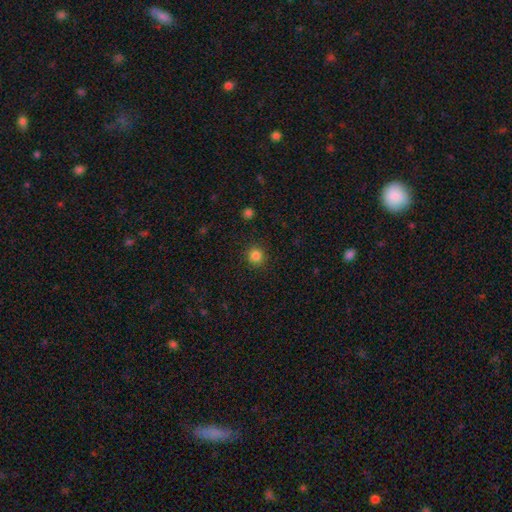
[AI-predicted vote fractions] smooth_or_featured: smooth (p=0.83) [alt: star or artifact p=0.12]
how_rounded: round (p=0.94) [alt: in between p=0.05]
merging: none (p=0.91) [alt: minor disturbance p=0.05]